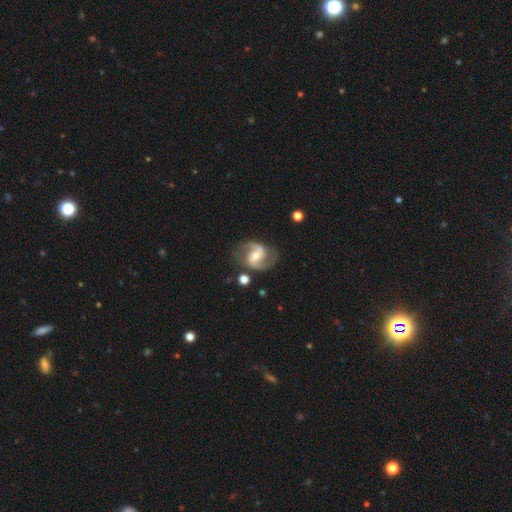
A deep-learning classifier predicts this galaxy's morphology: smooth-or-featured: featured or disk: 89% | smooth: 6% | star or artifact: 5%
  disk-edge-on: no: 98% | yes: 2%
    bar: weak: 47% | no: 31% | strong: 22%
    has-spiral-arms: yes: 97% | no: 3%
      spiral-winding: medium: 54% | loose: 34% | tight: 12%
      spiral-arm-count: 2: 93% | can't tell: 2% | 1: 2% | 3: 1% | 4: 1% | more than 4: 1%
    bulge-size: moderate: 54% | small: 39% | large: 4% | none: 2% | dominant: 1%
  merging: none: 79% | minor disturbance: 13% | major disturbance: 5% | merger: 3%